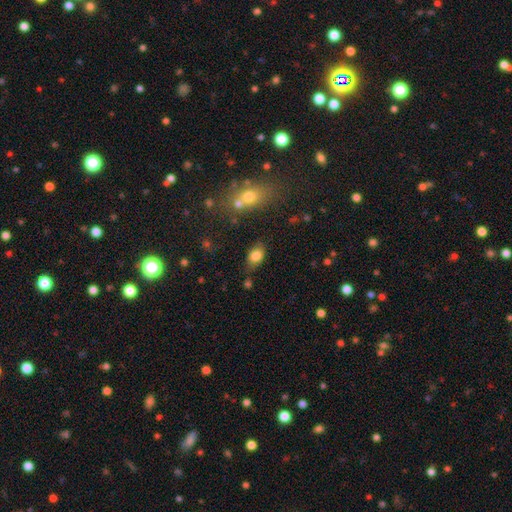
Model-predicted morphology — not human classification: Smooth or featured: smooth — 82% (featured or disk — 9%)
How rounded: in between — 82% (round — 16%)
Merging: none — 69% (minor disturbance — 20%)